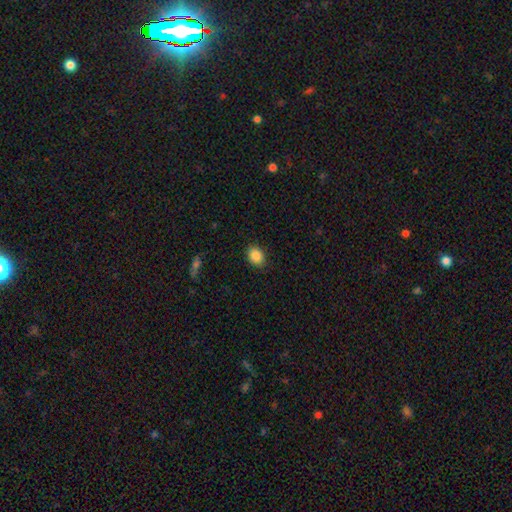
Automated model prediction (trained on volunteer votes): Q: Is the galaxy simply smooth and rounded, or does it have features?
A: smooth — 87%.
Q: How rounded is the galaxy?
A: in between — 62%.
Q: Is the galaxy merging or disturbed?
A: none — 88%.